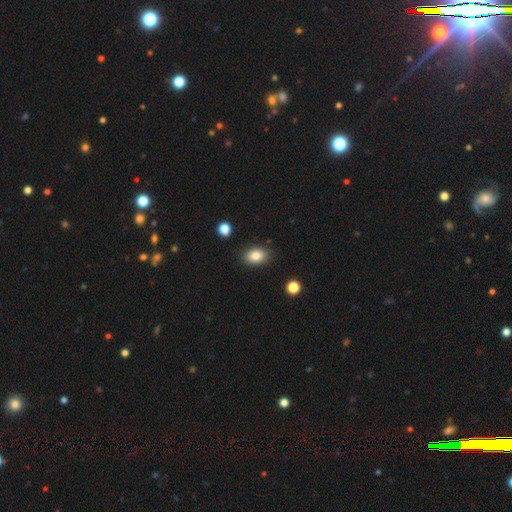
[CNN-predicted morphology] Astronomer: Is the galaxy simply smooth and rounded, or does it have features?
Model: smooth — 84%.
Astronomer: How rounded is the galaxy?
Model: in between — 85%.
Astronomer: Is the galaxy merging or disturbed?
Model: none — 86%.